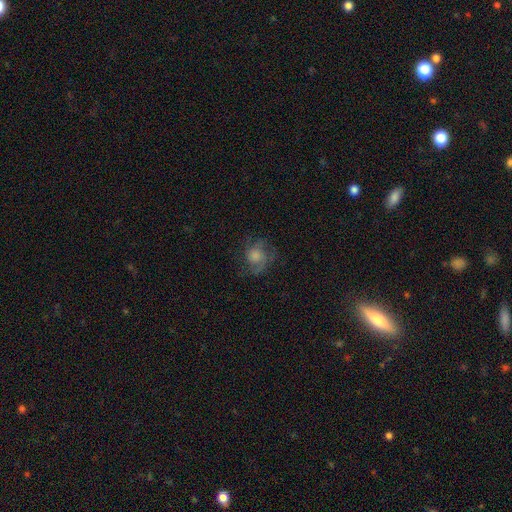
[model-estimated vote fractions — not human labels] Overall: featured or disk (53%; smooth 32%). Edge-on disk: no (97%). Bar: no (76%). Spiral arms: yes (85%). Bulge size: moderate (38%; large 25%). Merging: none (64%).